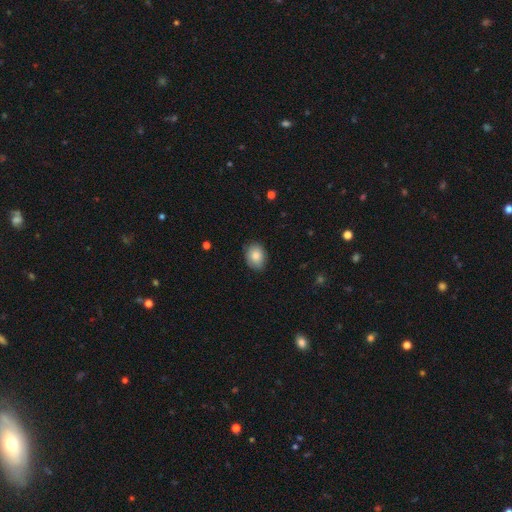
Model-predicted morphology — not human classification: Q: Smooth or featured?
A: smooth (84%); runner-up: featured or disk (9%)
Q: How rounded?
A: in between (62%); runner-up: round (37%)
Q: Merging?
A: none (80%); runner-up: minor disturbance (16%)